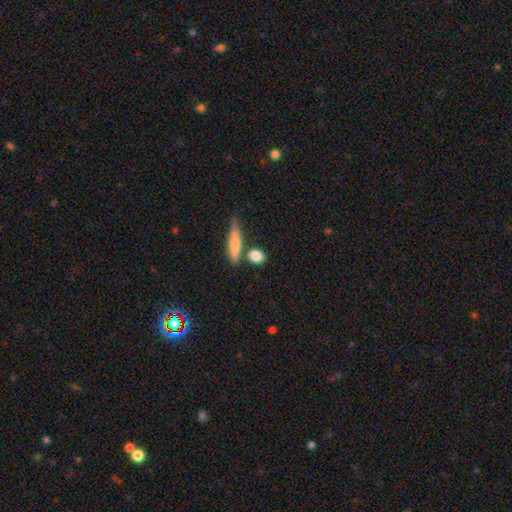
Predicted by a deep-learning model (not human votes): The model was most divided on "how rounded": in between: 44%, round: 40%, cigar-shaped: 15%. More confident: smooth or featured — smooth (85%); merging — none (70%).